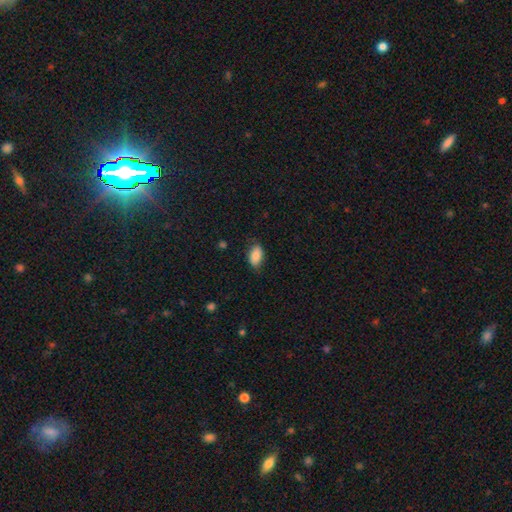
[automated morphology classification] Q: Smooth or featured?
A: smooth (87%); runner-up: star or artifact (7%)
Q: How rounded?
A: in between (92%); runner-up: round (5%)
Q: Merging?
A: none (78%); runner-up: minor disturbance (17%)